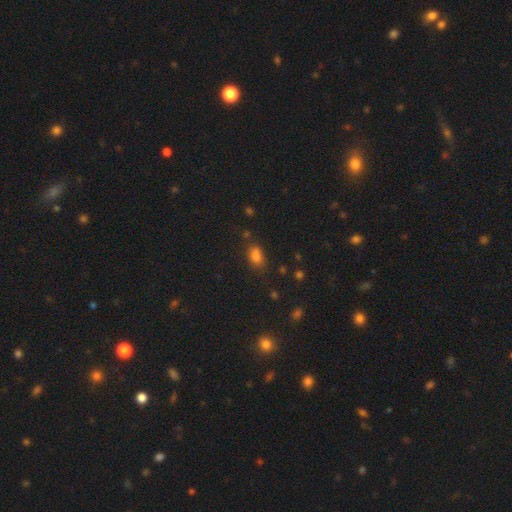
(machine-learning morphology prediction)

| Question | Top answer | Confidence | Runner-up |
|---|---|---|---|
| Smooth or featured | smooth | 79% | star or artifact (14%) |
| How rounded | in between | 84% | round (12%) |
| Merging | none | 67% | minor disturbance (20%) |